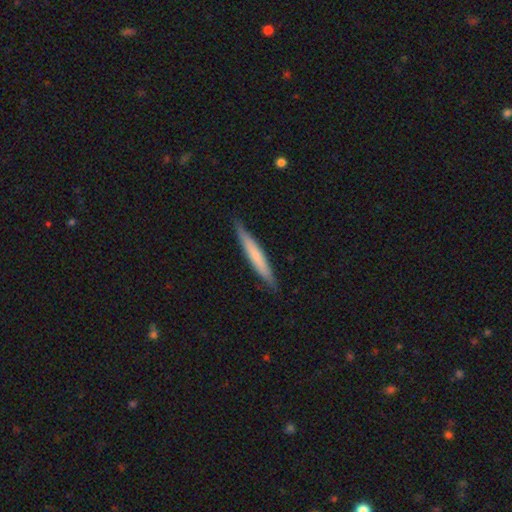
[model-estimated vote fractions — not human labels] smooth 61%, featured or disk 34%, star or artifact 5%. Down the decision tree: how rounded — cigar-shaped (95%); merging — none (89%).